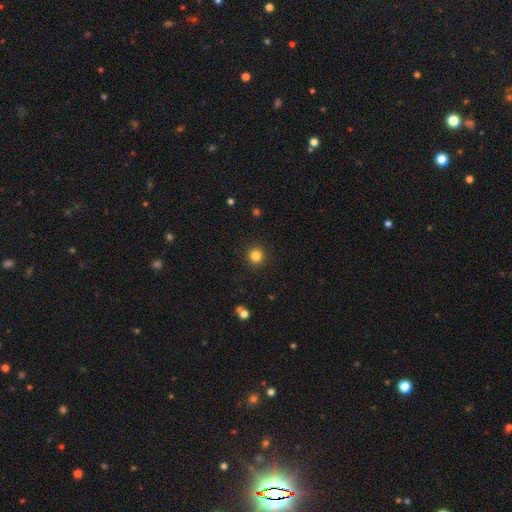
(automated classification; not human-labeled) smooth-or-featured: smooth: 83% | star or artifact: 13% | featured or disk: 5%
  how-rounded: round: 95% | in between: 4% | cigar-shaped: 1%
  merging: none: 92% | minor disturbance: 5% | major disturbance: 2% | merger: 1%